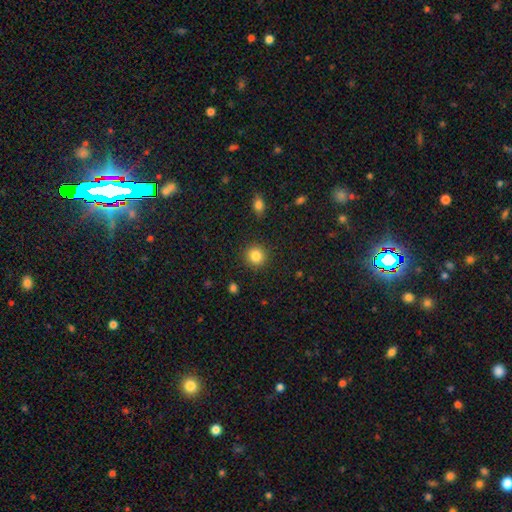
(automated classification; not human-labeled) This appears to be a smooth galaxy with no disk features (85%) that is round (91%). Merging: none (91%).